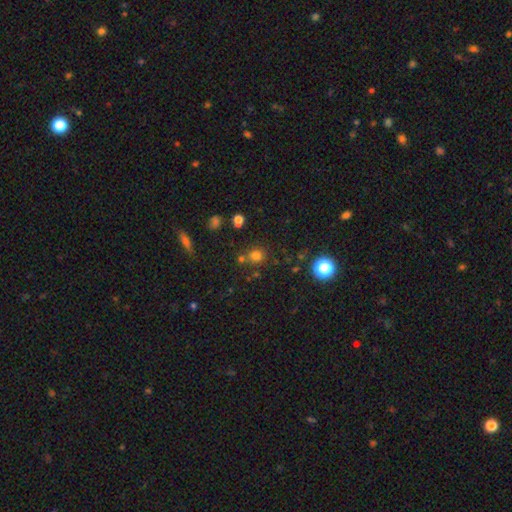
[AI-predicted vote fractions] Q: Smooth or featured?
A: smooth (69%); runner-up: star or artifact (24%)
Q: How rounded?
A: round (86%); runner-up: in between (13%)
Q: Merging?
A: none (70%); runner-up: merger (16%)